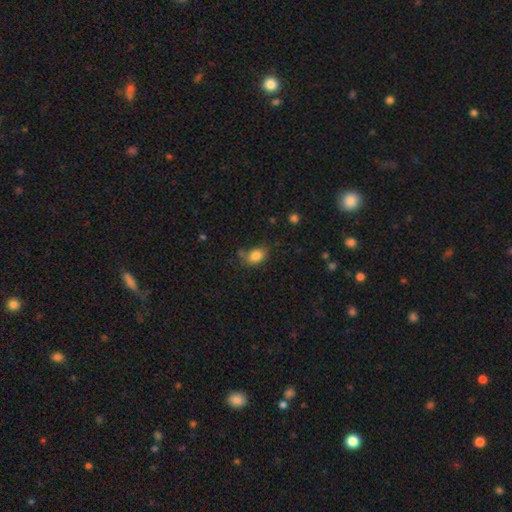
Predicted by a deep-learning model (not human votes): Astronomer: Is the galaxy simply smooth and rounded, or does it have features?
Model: smooth — 83%.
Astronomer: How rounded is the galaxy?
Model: in between — 76%.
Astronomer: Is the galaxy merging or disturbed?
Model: none — 56%.